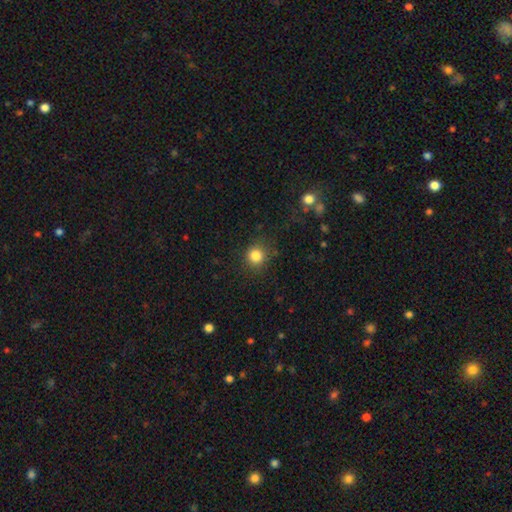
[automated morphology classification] Overall: smooth (84%). How rounded: round (90%). Merging: none (85%).